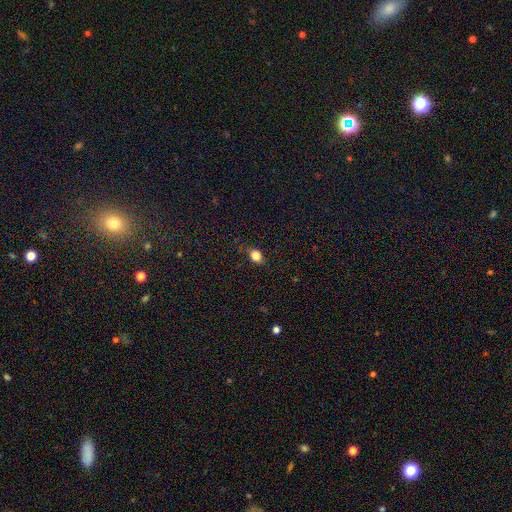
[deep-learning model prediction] The model was most divided on "how rounded": in between: 64%, round: 34%, cigar-shaped: 2%. More confident: smooth or featured — smooth (83%); merging — none (77%).